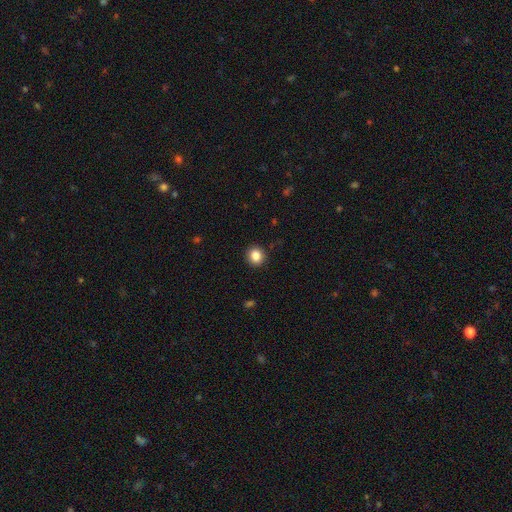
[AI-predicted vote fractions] A smooth galaxy with no disk features (86%) that is round (86%). Merging: none (91%).